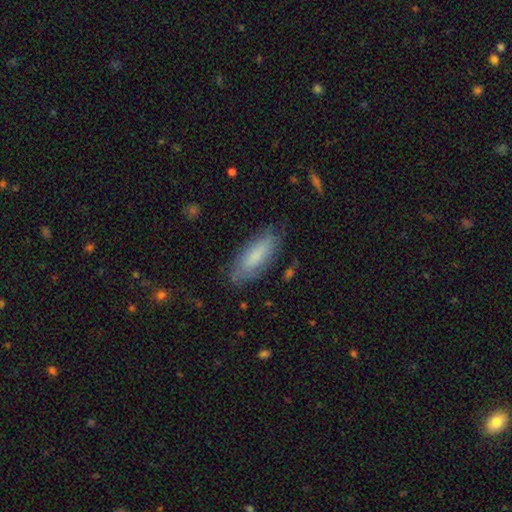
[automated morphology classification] A smooth galaxy with no disk features (73%) that is in between round and cigar-shaped (70%). Merging: none (77%).